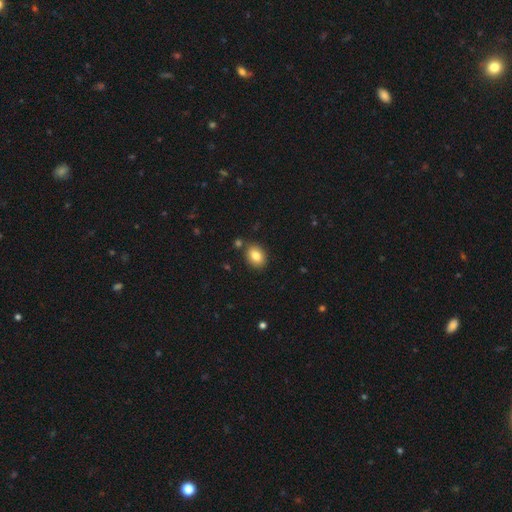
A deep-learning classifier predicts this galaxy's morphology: Smooth or featured?
  - smooth: 83% *
  - star or artifact: 9%
  - featured or disk: 8%
How rounded?
  - in between: 67% *
  - round: 32%
  - cigar-shaped: 1%
Merging?
  - none: 82% *
  - minor disturbance: 10%
  - merger: 5%
  - major disturbance: 2%